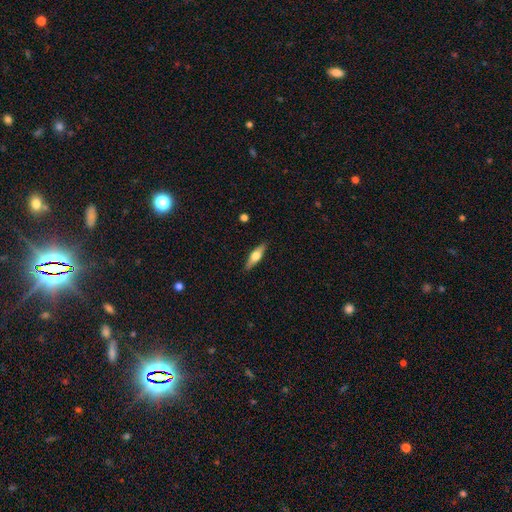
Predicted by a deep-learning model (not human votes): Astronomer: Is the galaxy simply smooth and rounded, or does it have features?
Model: smooth — 48% (runner-up: featured or disk, 46%).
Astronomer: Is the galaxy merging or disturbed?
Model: none — 88%.